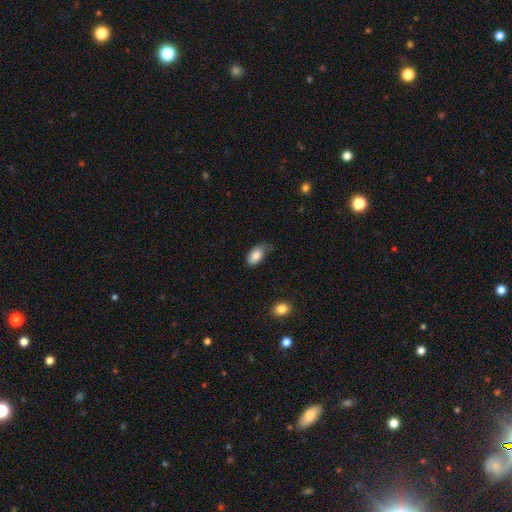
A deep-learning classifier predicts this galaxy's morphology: A smooth galaxy with no disk features (84%) that is in between round and cigar-shaped (93%). Merging: none (45%).